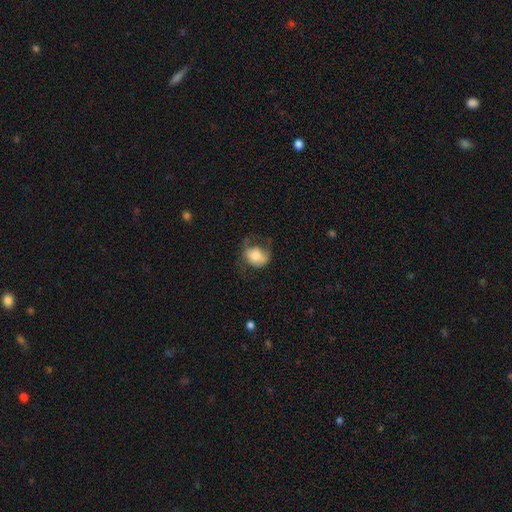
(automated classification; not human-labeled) Smooth or featured? Predicted: smooth (p=0.71). How rounded? Predicted: in between (p=0.57). Merging? Predicted: none (p=0.45).